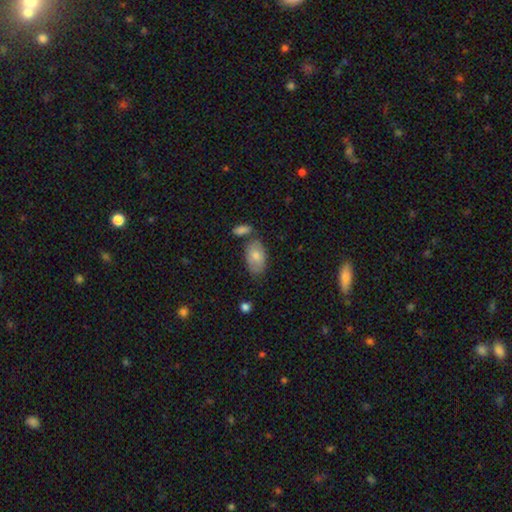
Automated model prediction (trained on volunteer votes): Smooth or featured? Predicted: smooth (p=0.76). How rounded? Predicted: in between (p=0.93). Merging? Predicted: none (p=0.63).